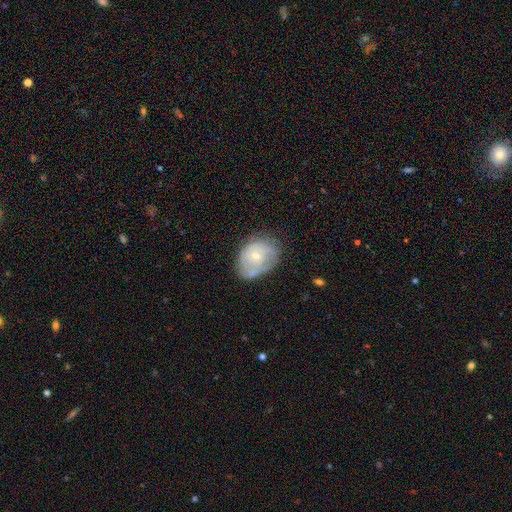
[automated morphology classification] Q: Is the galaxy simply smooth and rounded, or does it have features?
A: smooth — 49%.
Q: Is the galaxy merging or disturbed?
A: none — 51%.